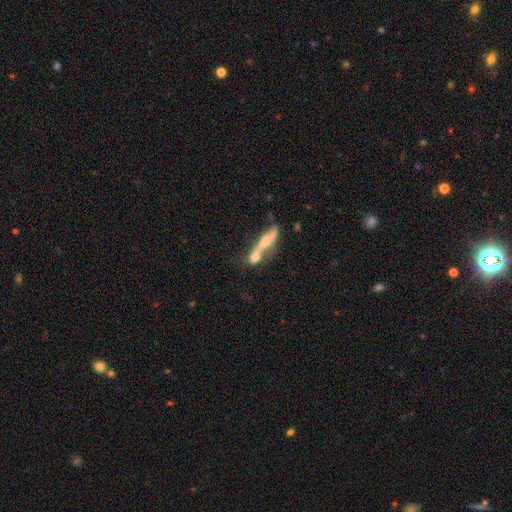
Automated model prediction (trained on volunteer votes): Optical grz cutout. It shows a featured or disk galaxy (49%). Merging: merger (54%).